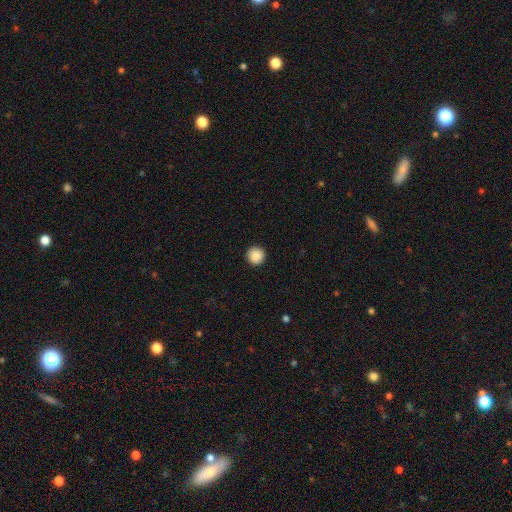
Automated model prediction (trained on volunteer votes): This is clearly a smooth galaxy (89%). How rounded: clearly round (96%). Merging: clearly none (93%).